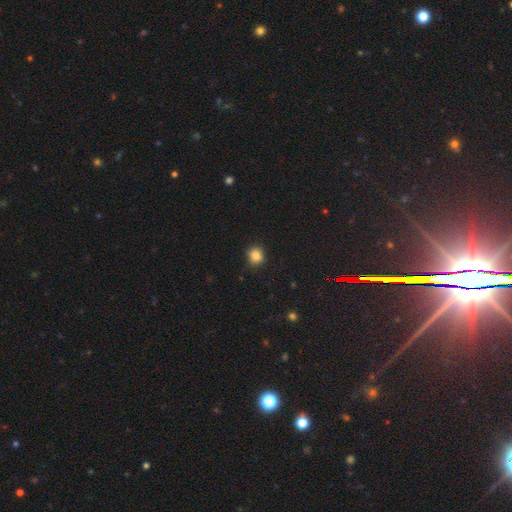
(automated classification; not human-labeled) Smooth or featured?
  - smooth: 84% *
  - star or artifact: 11%
  - featured or disk: 4%
How rounded?
  - round: 81% *
  - in between: 18%
  - cigar-shaped: 1%
Merging?
  - none: 81% *
  - minor disturbance: 15%
  - major disturbance: 3%
  - merger: 1%